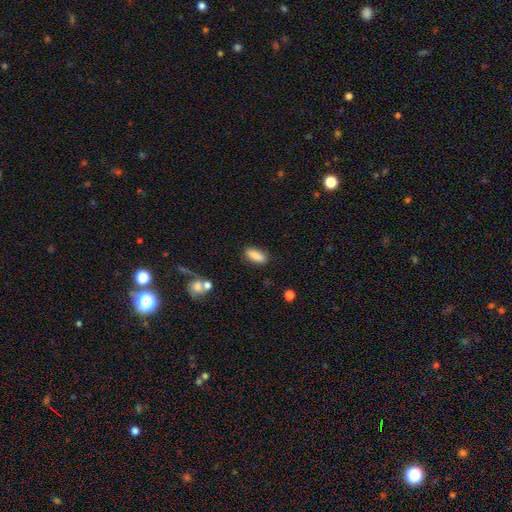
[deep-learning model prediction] Overall: smooth (86%). How rounded: in between (75%). Merging: none (84%).